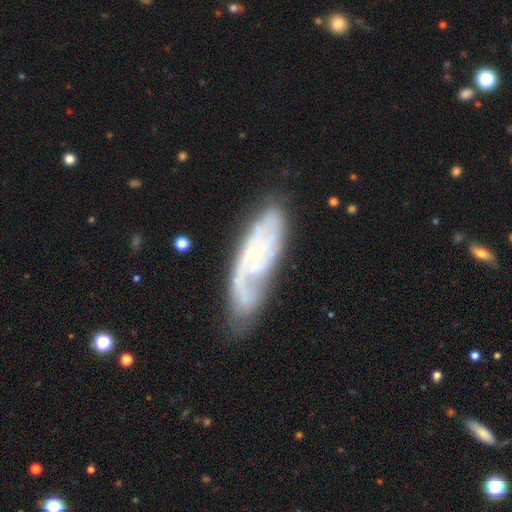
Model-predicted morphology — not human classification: smooth-or-featured: featured or disk: 79% | smooth: 14% | star or artifact: 6%
  disk-edge-on: no: 87% | yes: 13%
    bar: no: 64% | weak: 30% | strong: 7%
    has-spiral-arms: yes: 92% | no: 8%
      spiral-winding: tight: 51% | medium: 38% | loose: 11%
      spiral-arm-count: can't tell: 35% | 2: 33% | 3: 18% | 1: 6% | 4: 5% | more than 4: 4%
    bulge-size: small: 74% | moderate: 17% | none: 7% | large: 1% | dominant: 1%
  merging: none: 64% | minor disturbance: 23% | major disturbance: 10% | merger: 3%